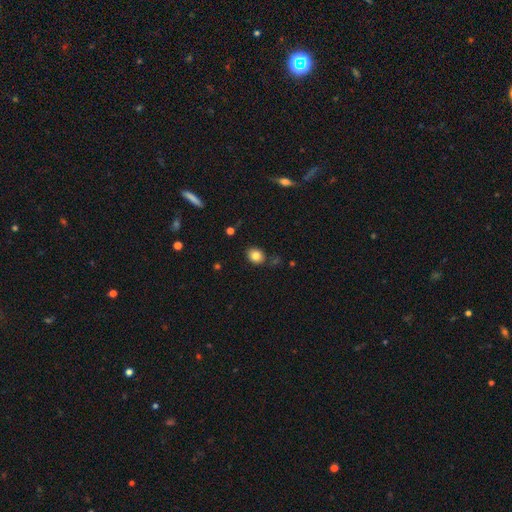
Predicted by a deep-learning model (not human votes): This is clearly a smooth galaxy (82%). How rounded: likely round (61%). Merging: clearly none (82%).